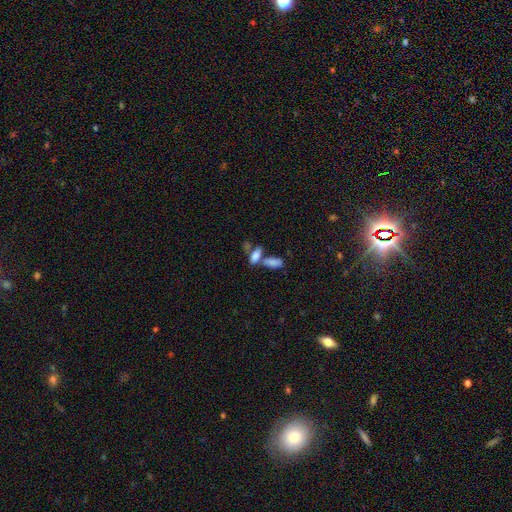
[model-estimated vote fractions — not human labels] This appears to be a smooth galaxy with no disk features (79%) that is in between round and cigar-shaped (82%). Merging: merger (49%).